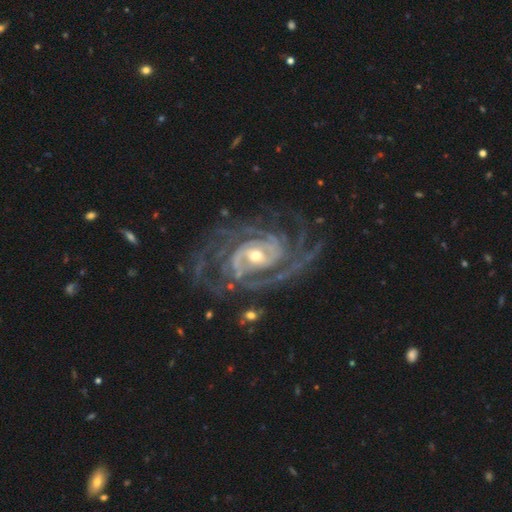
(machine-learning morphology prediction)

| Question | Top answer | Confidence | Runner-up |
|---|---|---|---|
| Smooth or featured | featured or disk | 93% | star or artifact (5%) |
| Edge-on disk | no | 97% | yes (3%) |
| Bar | no | 42% | weak (36%) |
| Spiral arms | yes | 98% | no (2%) |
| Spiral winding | tight | 65% | medium (30%) |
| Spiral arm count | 2 | 24% | 3 (23%) |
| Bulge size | moderate | 54% | small (39%) |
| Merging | none | 71% | minor disturbance (16%) |